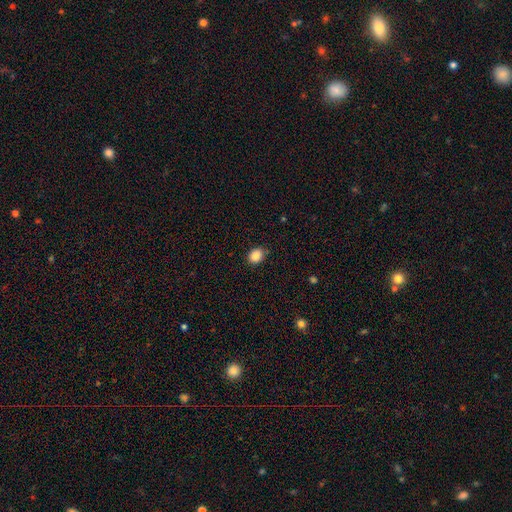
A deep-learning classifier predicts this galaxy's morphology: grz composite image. It shows a smooth galaxy with no disk features (87%) that is round (53%). Merging: none (84%).